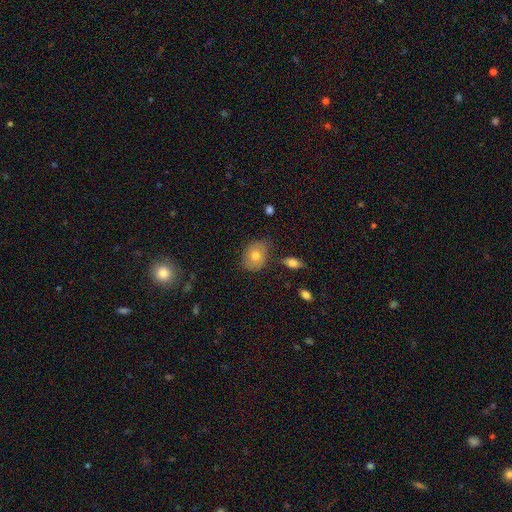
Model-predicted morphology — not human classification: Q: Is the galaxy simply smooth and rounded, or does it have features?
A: smooth — 69%.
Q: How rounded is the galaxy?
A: in between — 61%.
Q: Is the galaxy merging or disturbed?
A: none — 75%.